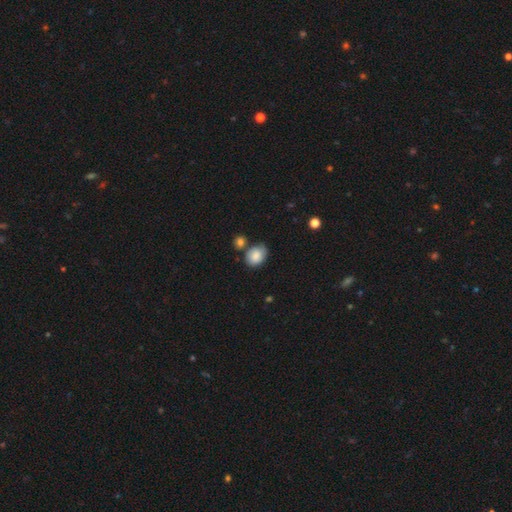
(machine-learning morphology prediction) Overall: smooth (81%). How rounded: in between (64%; round 35%). Merging: none (57%; minor disturbance 23%).